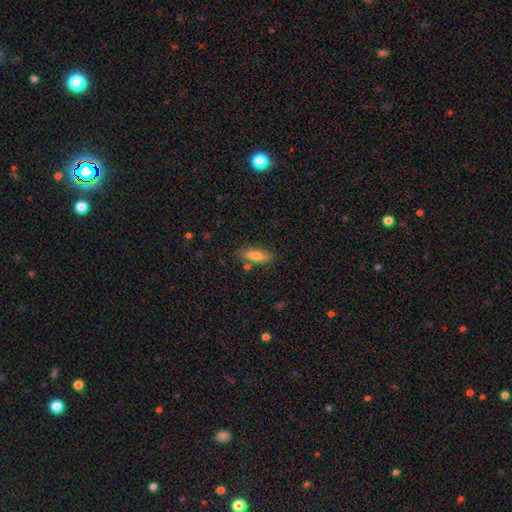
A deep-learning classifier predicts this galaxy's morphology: Q: Smooth or featured?
A: smooth (77%); runner-up: featured or disk (16%)
Q: How rounded?
A: in between (59%); runner-up: cigar-shaped (39%)
Q: Merging?
A: none (80%); runner-up: minor disturbance (12%)